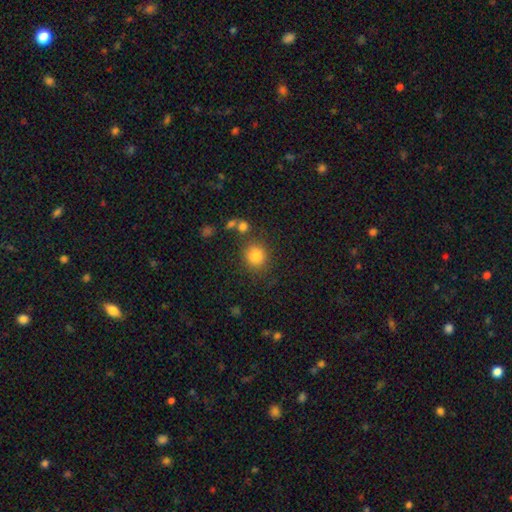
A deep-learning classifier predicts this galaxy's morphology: smooth_or_featured: smooth (p=0.82) [alt: star or artifact p=0.11]
how_rounded: round (p=0.86) [alt: in between p=0.13]
merging: none (p=0.79) [alt: minor disturbance p=0.10]